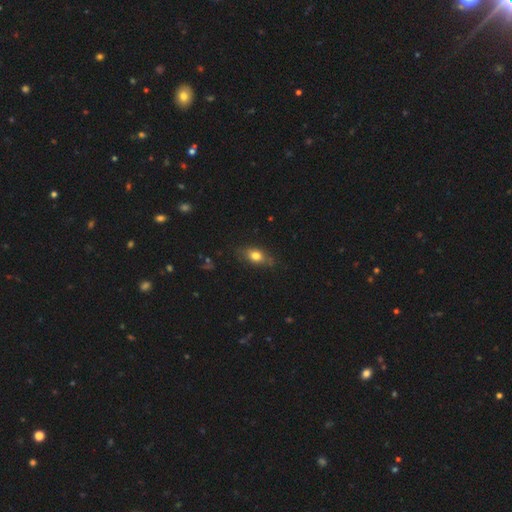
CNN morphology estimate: Smooth or featured?
  - smooth: 71% *
  - featured or disk: 20%
  - star or artifact: 9%
How rounded?
  - in between: 76% *
  - round: 14%
  - cigar-shaped: 10%
Merging?
  - none: 74% *
  - minor disturbance: 20%
  - major disturbance: 5%
  - merger: 2%